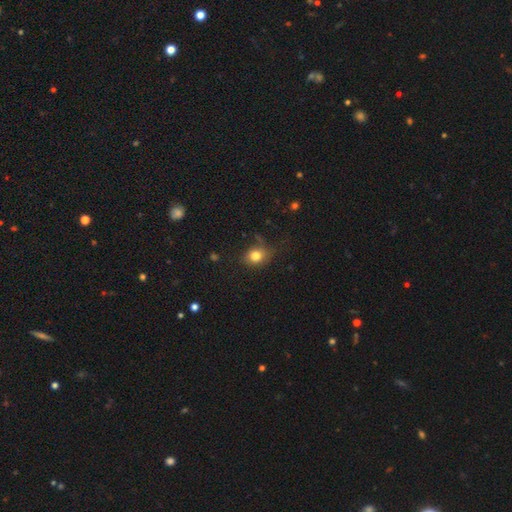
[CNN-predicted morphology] Smooth or featured: smooth — 80% (star or artifact — 12%)
How rounded: round — 62% (in between — 37%)
Merging: none — 69% (minor disturbance — 21%)